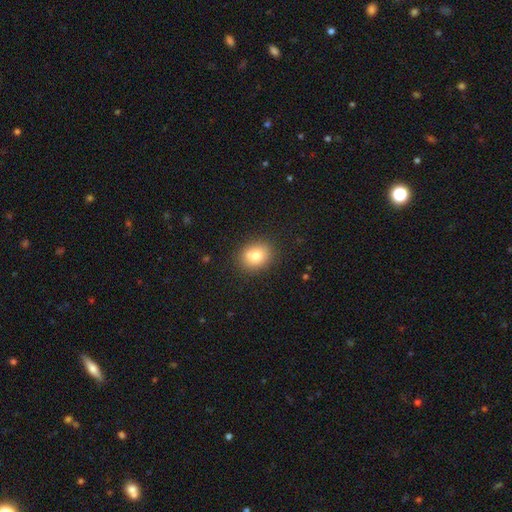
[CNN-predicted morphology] This is likely a smooth galaxy (78%). How rounded: possibly round (55%). Merging: likely none (78%).